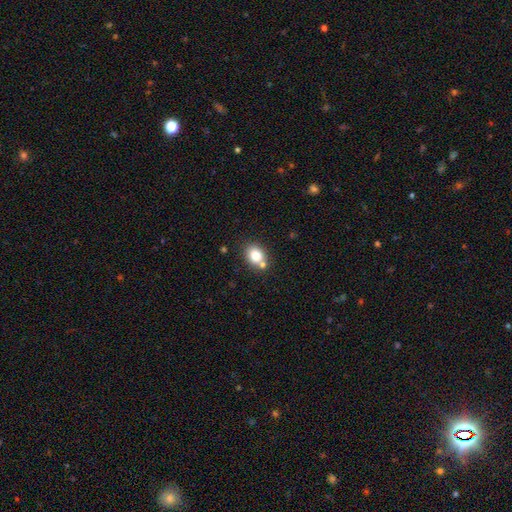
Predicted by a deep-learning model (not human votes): Q: Smooth or featured?
A: smooth (81%); runner-up: star or artifact (10%)
Q: How rounded?
A: in between (50%); runner-up: round (49%)
Q: Merging?
A: none (66%); runner-up: merger (18%)